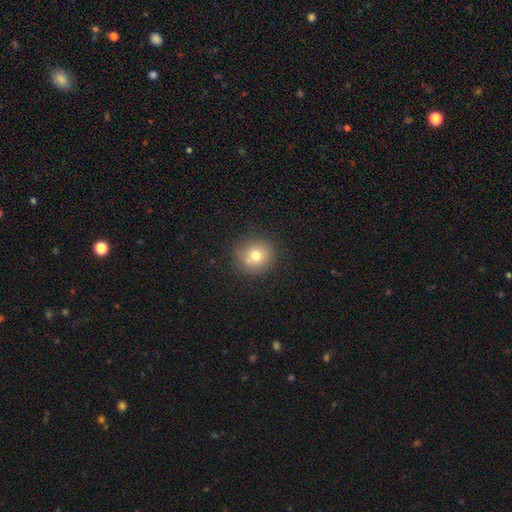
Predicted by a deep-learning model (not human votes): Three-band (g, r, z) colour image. It shows a smooth galaxy with no disk features (72%) that is round (88%). Merging: none (74%).